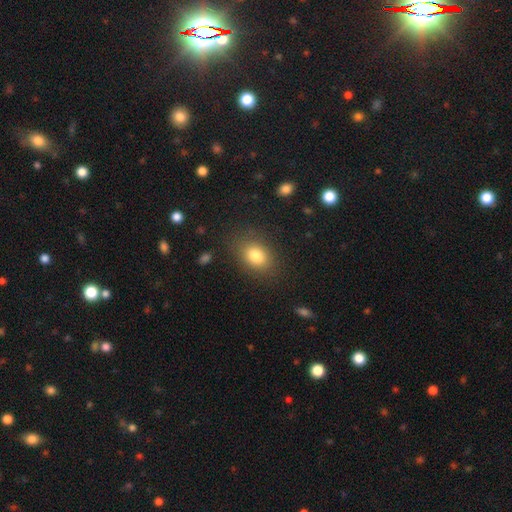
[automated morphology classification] type=smooth (81%); roundness=in between (67%); merging=none (83%).